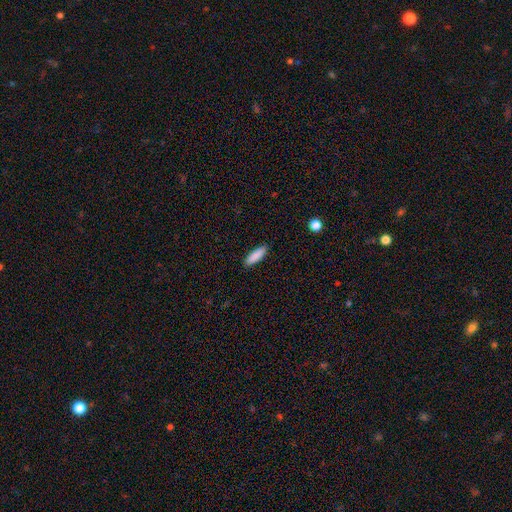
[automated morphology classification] smooth 88%, star or artifact 6%, featured or disk 6%. Down the decision tree: how rounded — cigar-shaped (57%); merging — none (89%).